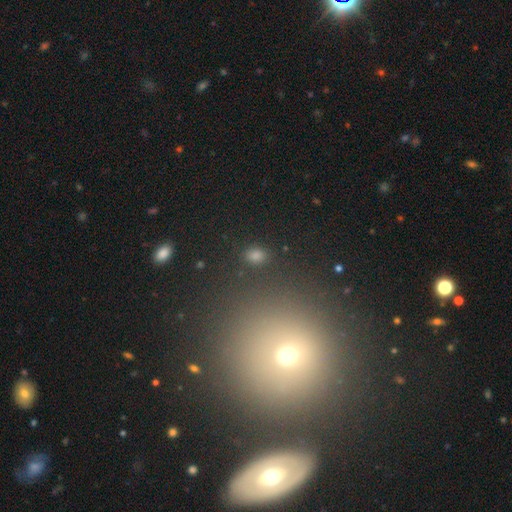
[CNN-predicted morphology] smooth-or-featured: smooth: 77% | star or artifact: 18% | featured or disk: 5%
  how-rounded: in between: 71% | round: 27% | cigar-shaped: 2%
  merging: none: 84% | minor disturbance: 10% | major disturbance: 4% | merger: 3%